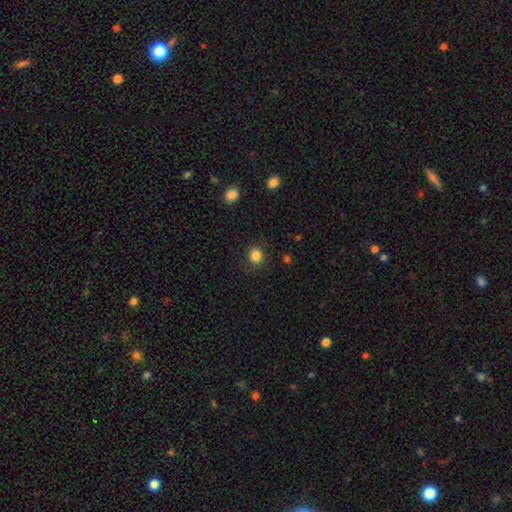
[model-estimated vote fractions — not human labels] A smooth galaxy with no disk features (85%) that is round (83%).

Vote fractions:
- Smooth or featured? smooth: 85% / star or artifact: 11% / featured or disk: 4%
- How rounded? round: 83% / in between: 16% / cigar-shaped: 1%
- Merging? none: 87% / minor disturbance: 9% / major disturbance: 3% / merger: 1%